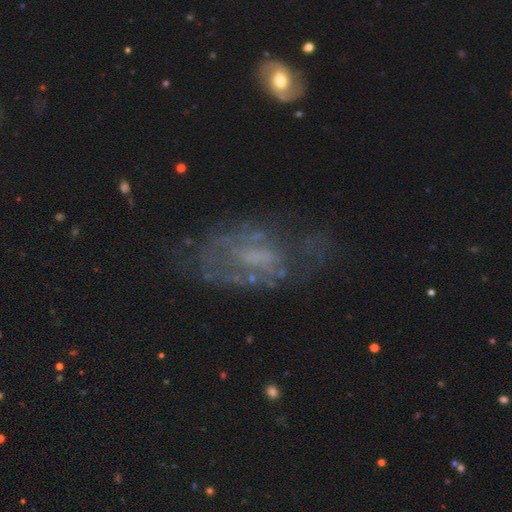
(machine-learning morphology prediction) Q: Smooth or featured?
A: featured or disk (67%); runner-up: smooth (20%)
Q: Edge-on disk?
A: no (94%); runner-up: yes (6%)
Q: Bar?
A: no (53%); runner-up: weak (35%)
Q: Spiral arms?
A: yes (52%); runner-up: no (48%)
Q: Bulge size?
A: none (51%); runner-up: small (23%)
Q: Merging?
A: none (51%); runner-up: minor disturbance (23%)